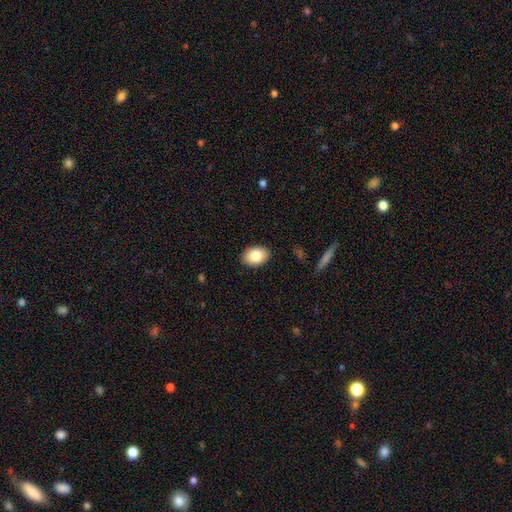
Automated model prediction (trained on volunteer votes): The model was most divided on "how rounded": in between: 82%, round: 17%, cigar-shaped: 1%. More confident: merging — none (88%); smooth or featured — smooth (82%).